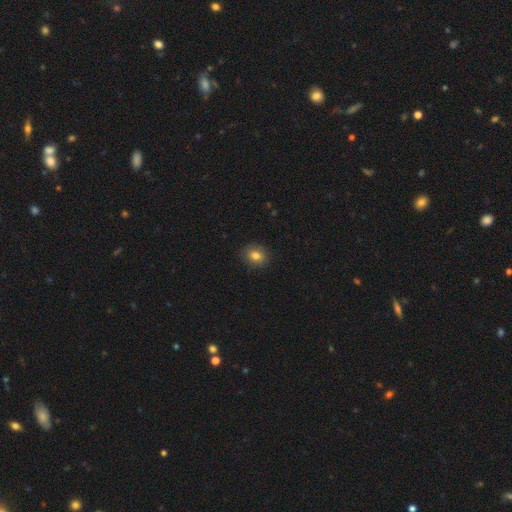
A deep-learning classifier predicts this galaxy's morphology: A smooth galaxy with no disk features (80%) that is round (61%). Merging: none (89%).